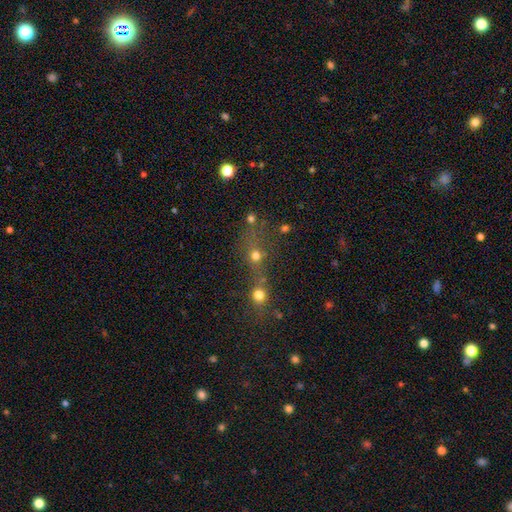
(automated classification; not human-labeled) This appears to be a smooth galaxy with no disk features (62%) that is round (79%). Merging: none (43%, tied with merger).